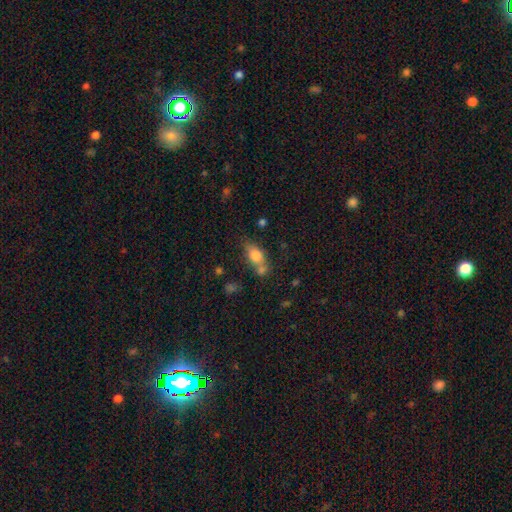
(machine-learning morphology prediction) Smooth or featured: smooth — 75% (featured or disk — 16%)
How rounded: in between — 73% (round — 18%)
Merging: none — 45% (merger — 32%)